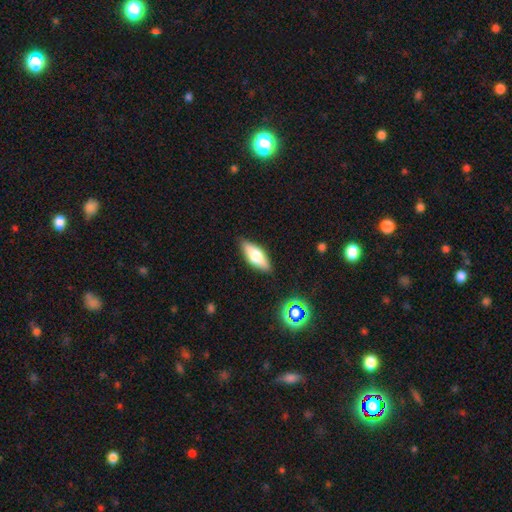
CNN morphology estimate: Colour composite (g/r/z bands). It shows a smooth galaxy with no disk features (58%) that is in between round and cigar-shaped (70%). Merging: none (86%).